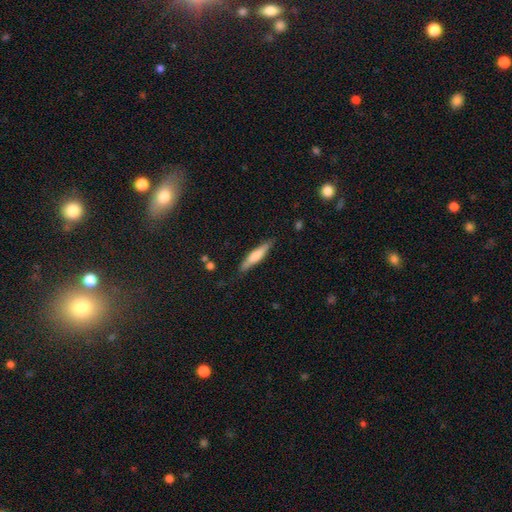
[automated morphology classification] Smooth or featured? smooth (60%)
How rounded? cigar-shaped (85%)
Merging? none (83%)